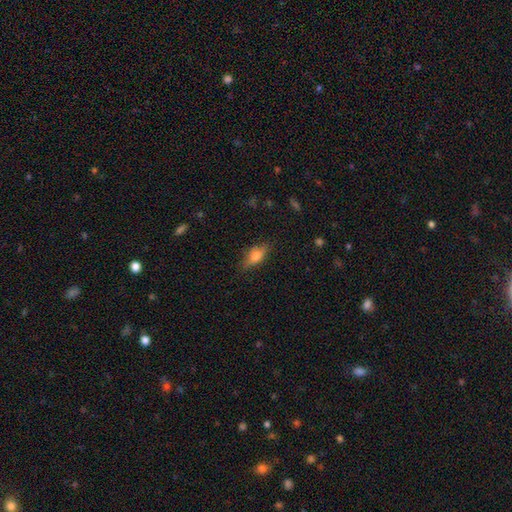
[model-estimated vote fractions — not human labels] Smooth or featured? smooth (63%)
How rounded? in between (72%)
Merging? none (79%)